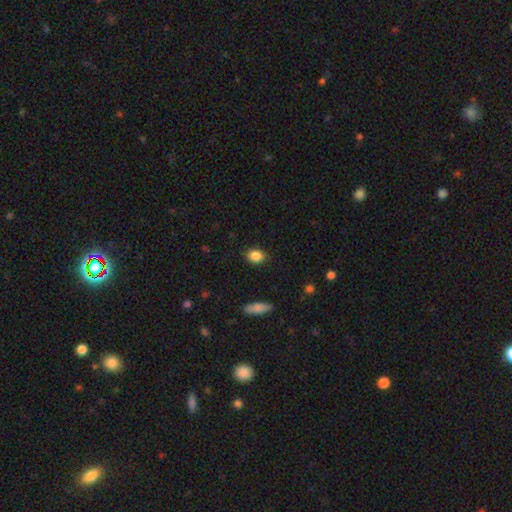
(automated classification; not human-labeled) smooth_or_featured: smooth (p=0.86) [alt: star or artifact p=0.09]
how_rounded: in between (p=0.60) [alt: round p=0.38]
merging: none (p=0.85) [alt: minor disturbance p=0.11]